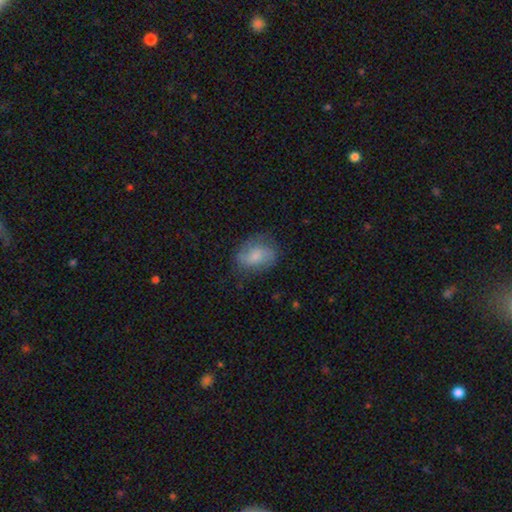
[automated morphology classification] The model was most divided on "smooth or featured": smooth: 65%, featured or disk: 27%, star or artifact: 8%. More confident: how rounded — in between (72%); merging — none (66%).